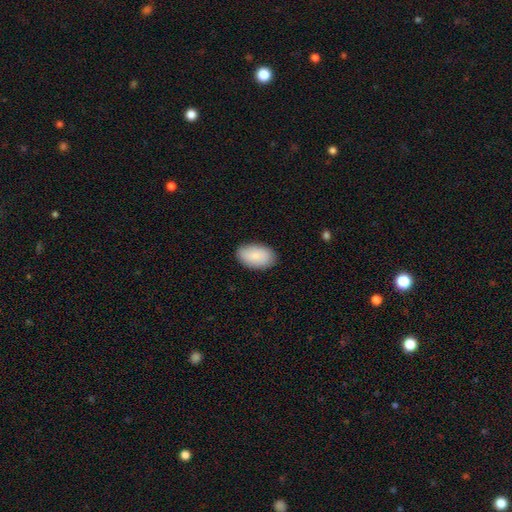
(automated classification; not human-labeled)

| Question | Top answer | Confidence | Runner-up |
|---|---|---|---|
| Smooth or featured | smooth | 86% | featured or disk (8%) |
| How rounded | in between | 94% | round (5%) |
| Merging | none | 85% | minor disturbance (12%) |